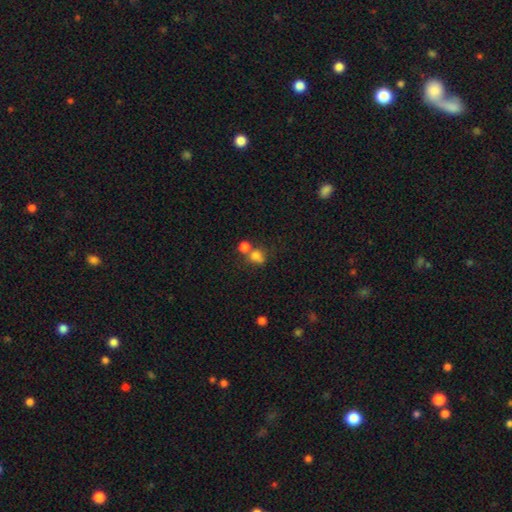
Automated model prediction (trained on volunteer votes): smooth_or_featured: smooth (p=0.75) [alt: star or artifact p=0.14]
how_rounded: round (p=0.65) [alt: in between p=0.34]
merging: merger (p=0.44) [alt: none p=0.38]